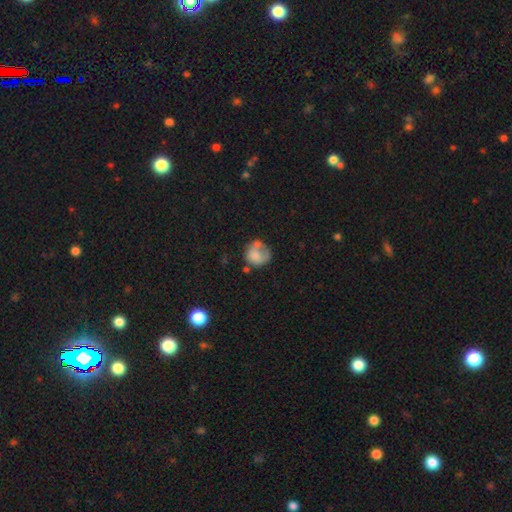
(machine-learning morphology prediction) A smooth galaxy with no disk features (67%) that is round (77%). Merging: none (39%).